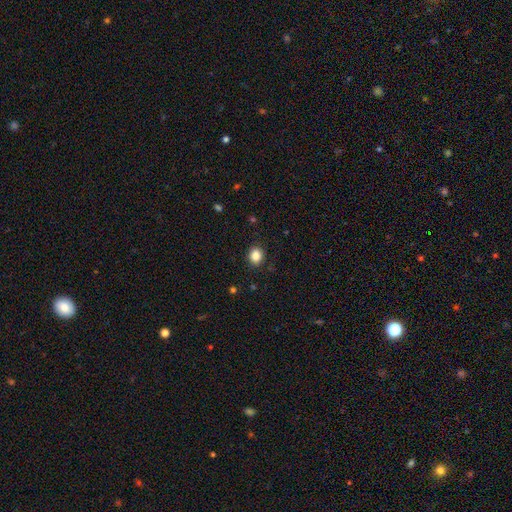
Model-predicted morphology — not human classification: Smooth or featured: smooth — 86% (star or artifact — 10%)
How rounded: round — 67% (in between — 32%)
Merging: none — 89% (minor disturbance — 7%)